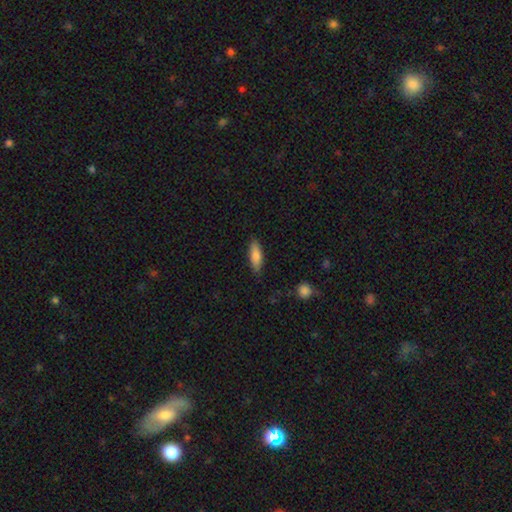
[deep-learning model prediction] This is clearly a smooth galaxy (82%). How rounded: possibly in between (52%). Merging: clearly none (85%).